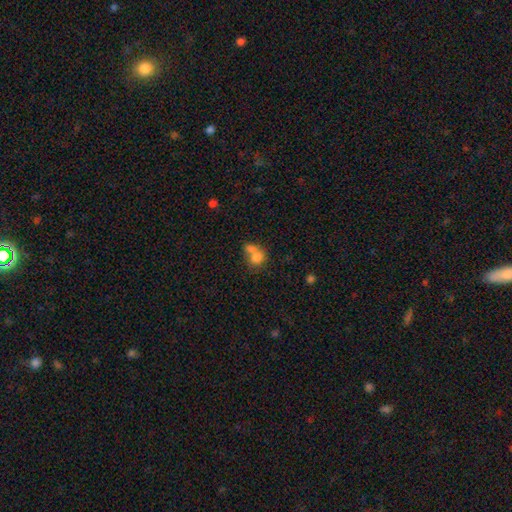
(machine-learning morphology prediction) Smooth or featured? smooth (76%)
How rounded? round (57%)
Merging? merger (63%)